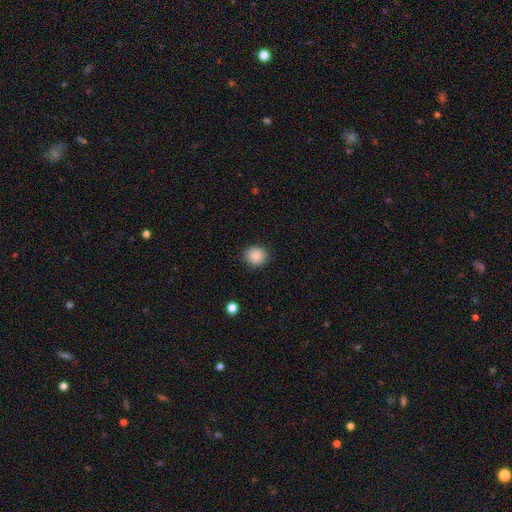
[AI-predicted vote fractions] smooth-or-featured: smooth: 89% | star or artifact: 8% | featured or disk: 3%
  how-rounded: round: 79% | in between: 20% | cigar-shaped: 1%
  merging: none: 89% | minor disturbance: 8% | major disturbance: 2% | merger: 1%